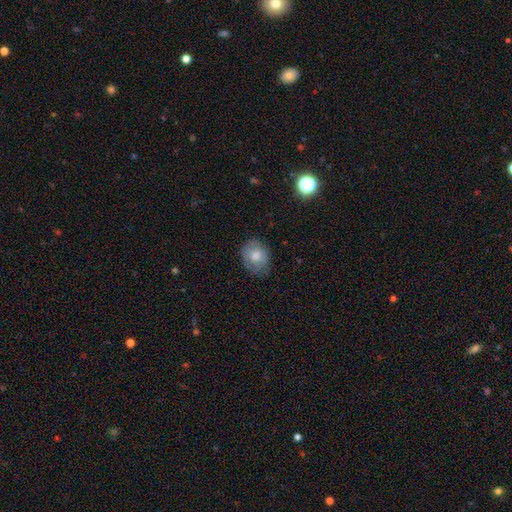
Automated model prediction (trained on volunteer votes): Overall: smooth (76%). How rounded: in between (57%; round 42%). Merging: none (71%).